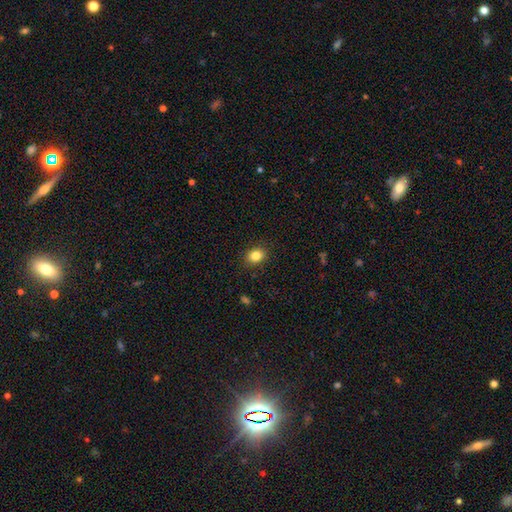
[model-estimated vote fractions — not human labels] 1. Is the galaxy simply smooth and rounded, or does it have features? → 83% smooth, 11% star or artifact, 6% featured or disk.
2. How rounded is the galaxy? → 50% round, 49% in between, 1% cigar-shaped.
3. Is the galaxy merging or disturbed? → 88% none, 8% minor disturbance, 2% major disturbance, 1% merger.